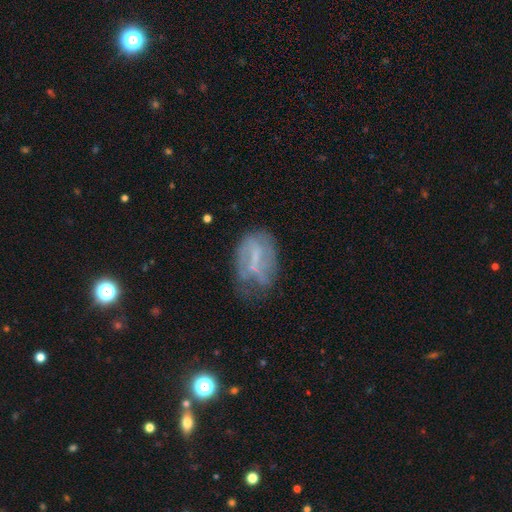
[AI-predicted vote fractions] Morphology: type=featured or disk (60%); edge-on=no (94%); bar=weak (42%); spiral arms=yes (57%); bulge=none (45%); merging=none (46%).